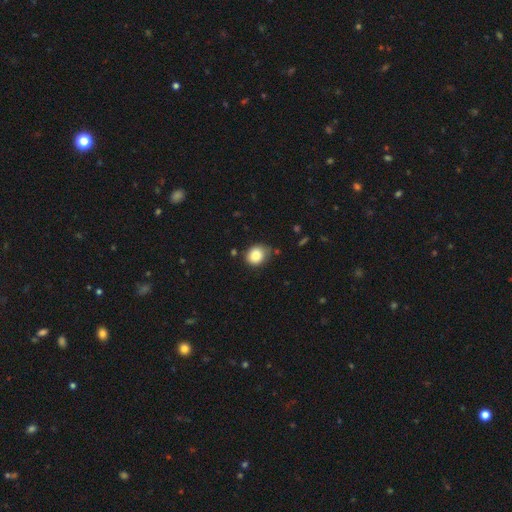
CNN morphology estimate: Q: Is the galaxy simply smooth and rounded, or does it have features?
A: smooth — 83%.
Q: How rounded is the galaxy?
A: round — 69%.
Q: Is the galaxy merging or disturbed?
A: none — 74%.